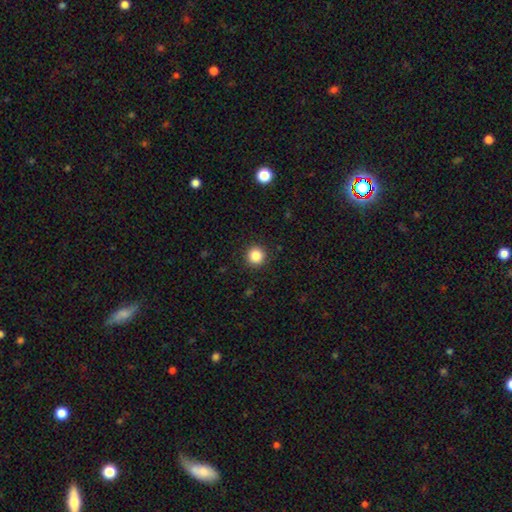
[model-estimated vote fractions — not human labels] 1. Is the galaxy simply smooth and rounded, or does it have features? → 85% smooth, 11% star or artifact, 4% featured or disk.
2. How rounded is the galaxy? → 95% round, 4% in between, 1% cigar-shaped.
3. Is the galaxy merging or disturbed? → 92% none, 5% minor disturbance, 2% major disturbance, 1% merger.